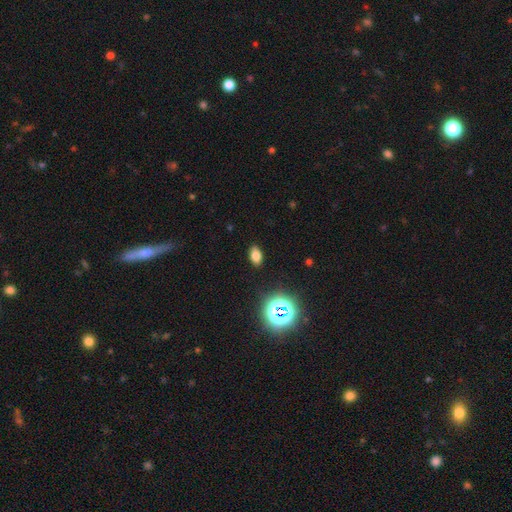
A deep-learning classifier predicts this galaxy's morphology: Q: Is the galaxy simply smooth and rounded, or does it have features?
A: smooth — 72%.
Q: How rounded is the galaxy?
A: in between — 88%.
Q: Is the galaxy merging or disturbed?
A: none — 88%.